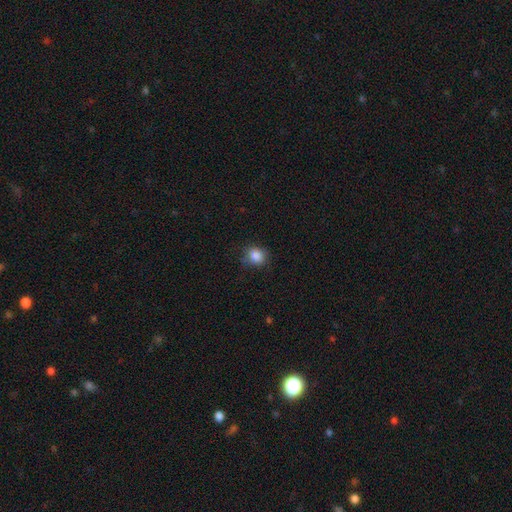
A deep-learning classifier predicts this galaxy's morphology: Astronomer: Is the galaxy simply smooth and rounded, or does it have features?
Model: smooth — 86%.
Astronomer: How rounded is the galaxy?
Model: round — 72%.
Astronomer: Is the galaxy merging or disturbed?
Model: none — 73%.